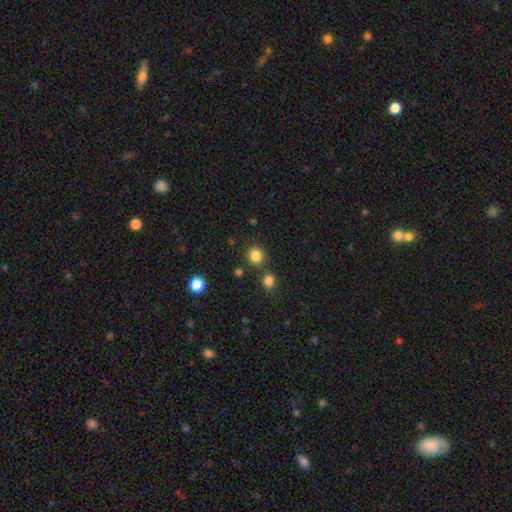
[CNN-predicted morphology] smooth-or-featured: smooth: 83% | star or artifact: 13% | featured or disk: 4%
  how-rounded: round: 90% | in between: 9% | cigar-shaped: 1%
  merging: none: 83% | merger: 7% | minor disturbance: 7% | major disturbance: 2%